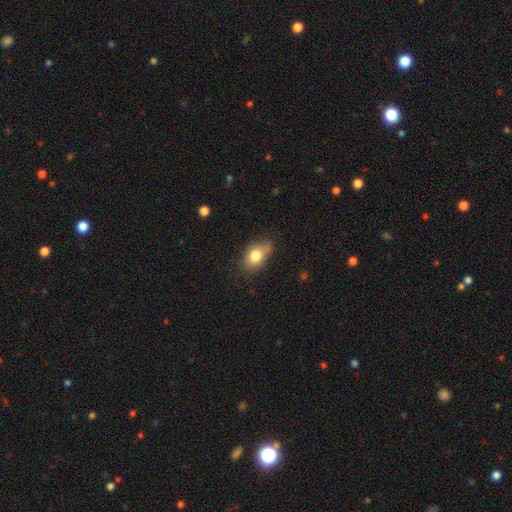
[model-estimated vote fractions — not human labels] smooth 79%, featured or disk 13%, star or artifact 8%. Down the decision tree: how rounded — in between (79%); merging — none (62%).